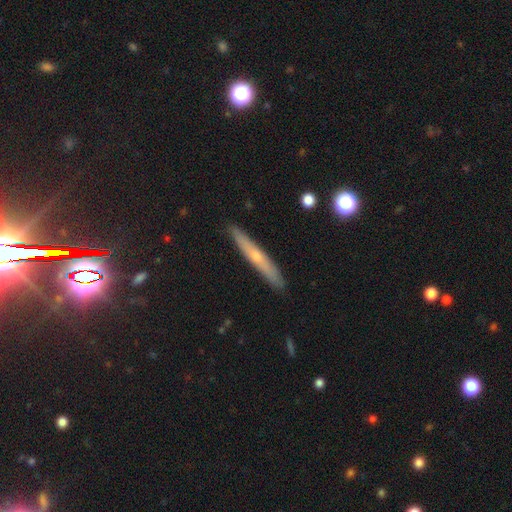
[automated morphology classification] type=featured or disk (53%); edge-on=yes (91%); merging=none (90%).